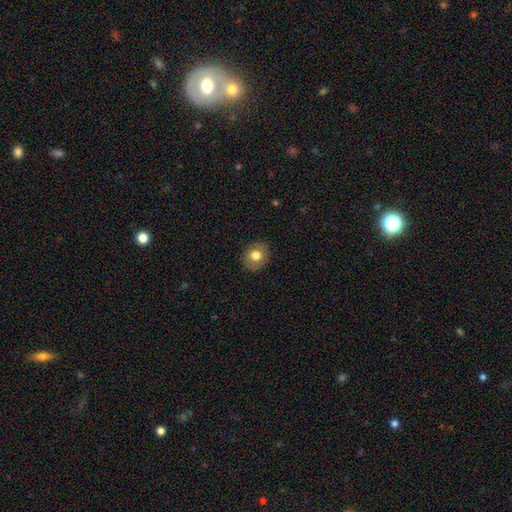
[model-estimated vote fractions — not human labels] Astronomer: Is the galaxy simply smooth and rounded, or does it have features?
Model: smooth — 76%.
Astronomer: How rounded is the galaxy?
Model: round — 71%.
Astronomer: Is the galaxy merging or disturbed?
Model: none — 87%.